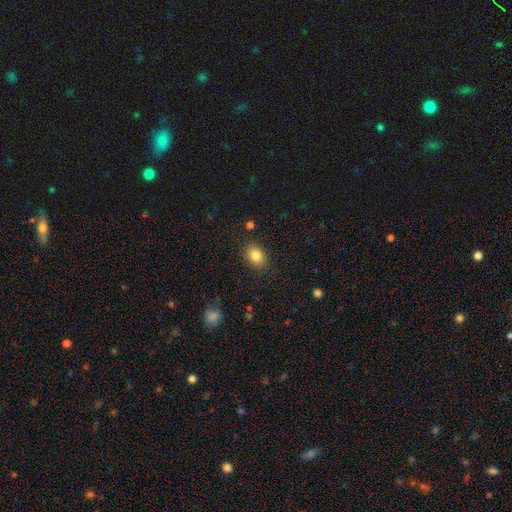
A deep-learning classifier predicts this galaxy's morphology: smooth-or-featured: smooth: 84% | star or artifact: 10% | featured or disk: 7%
  how-rounded: in between: 61% | round: 38% | cigar-shaped: 1%
  merging: none: 85% | minor disturbance: 11% | major disturbance: 3% | merger: 2%